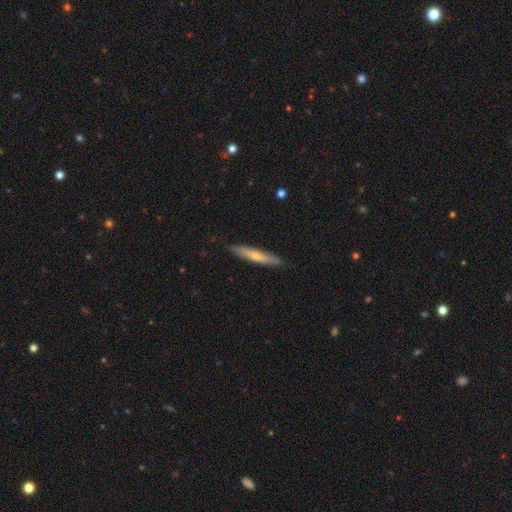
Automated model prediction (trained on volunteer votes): Smooth or featured: smooth — 48% (featured or disk — 46%)
Merging: none — 90% (minor disturbance — 8%)